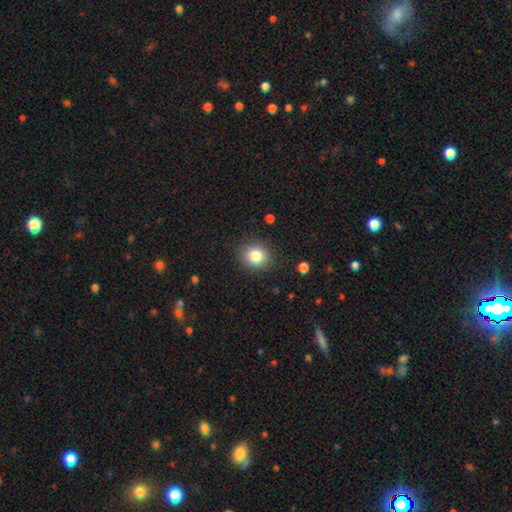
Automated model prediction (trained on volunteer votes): Smooth or featured?
  - smooth: 83% *
  - star or artifact: 10%
  - featured or disk: 7%
How rounded?
  - round: 75% *
  - in between: 25%
  - cigar-shaped: 1%
Merging?
  - none: 88% *
  - minor disturbance: 8%
  - major disturbance: 3%
  - merger: 1%